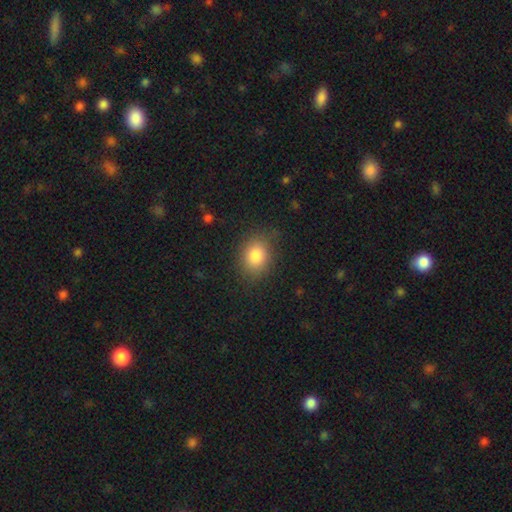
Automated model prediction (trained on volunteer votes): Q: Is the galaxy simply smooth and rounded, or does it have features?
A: smooth — 83%.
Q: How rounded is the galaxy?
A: in between — 55%.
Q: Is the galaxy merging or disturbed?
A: none — 79%.